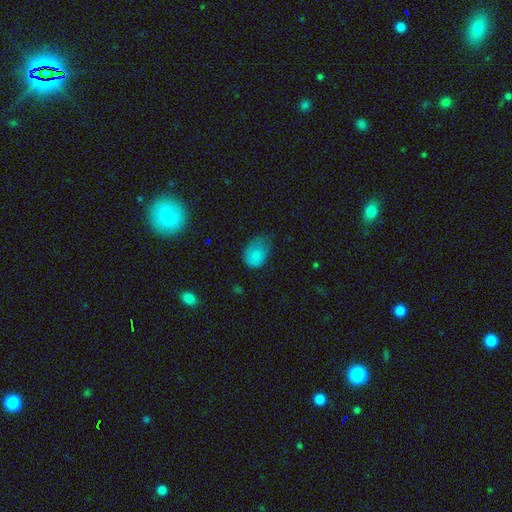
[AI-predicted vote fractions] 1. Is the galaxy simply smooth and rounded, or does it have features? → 82% smooth, 10% star or artifact, 8% featured or disk.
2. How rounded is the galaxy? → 67% in between, 32% round, 1% cigar-shaped.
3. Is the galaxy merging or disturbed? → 42% minor disturbance, 36% none, 19% major disturbance, 2% merger.